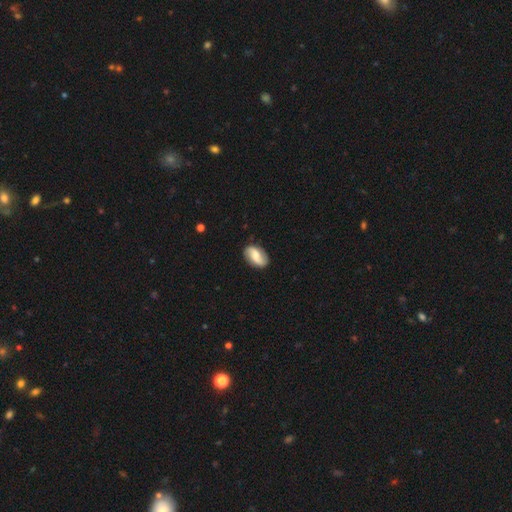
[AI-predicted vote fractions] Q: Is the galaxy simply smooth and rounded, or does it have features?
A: featured or disk — 60%.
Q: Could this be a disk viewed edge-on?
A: no — 96%.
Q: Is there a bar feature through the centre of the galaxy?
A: weak — 45%.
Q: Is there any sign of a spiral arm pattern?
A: yes — 91%.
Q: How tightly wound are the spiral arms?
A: loose — 61%.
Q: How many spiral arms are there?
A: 2 — 90%.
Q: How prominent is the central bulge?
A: moderate — 44%.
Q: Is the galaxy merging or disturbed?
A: none — 84%.